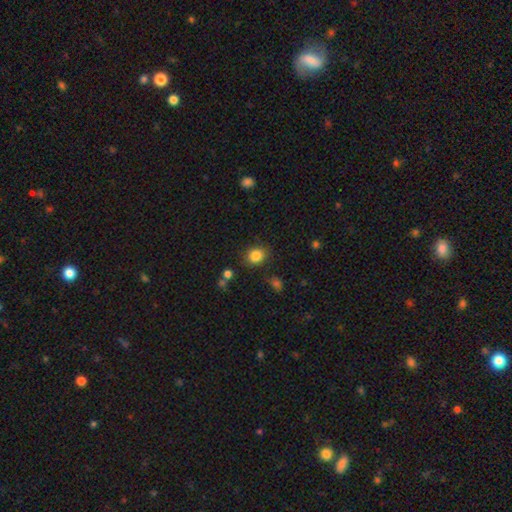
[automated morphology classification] smooth 85%, star or artifact 11%, featured or disk 5%. Down the decision tree: how rounded — round (69%); merging — none (82%).